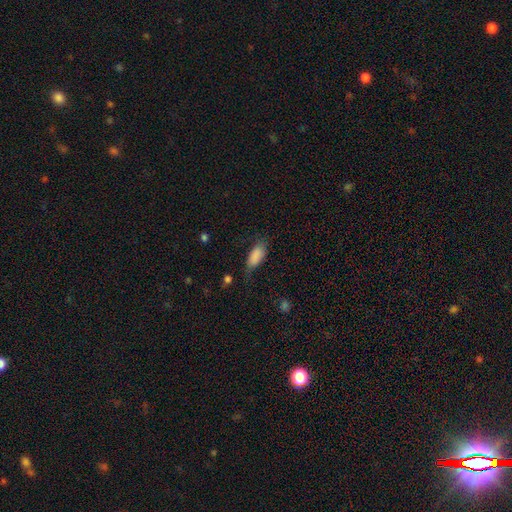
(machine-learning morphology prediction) smooth_or_featured: smooth (p=0.85) [alt: featured or disk p=0.08]
how_rounded: in between (p=0.87) [alt: cigar-shaped p=0.10]
merging: none (p=0.53) [alt: minor disturbance p=0.30]